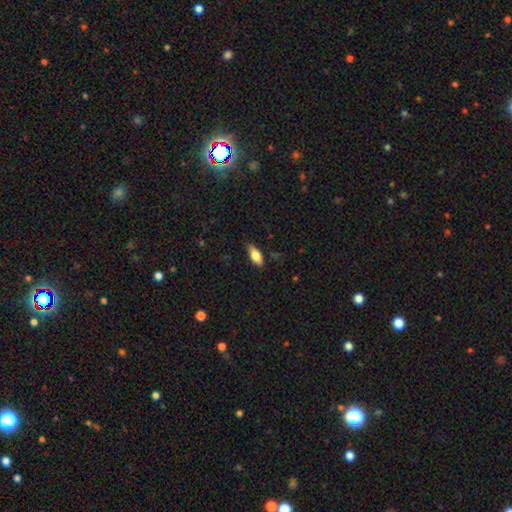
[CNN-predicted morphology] Smooth or featured? smooth (78%)
How rounded? in between (84%)
Merging? none (81%)